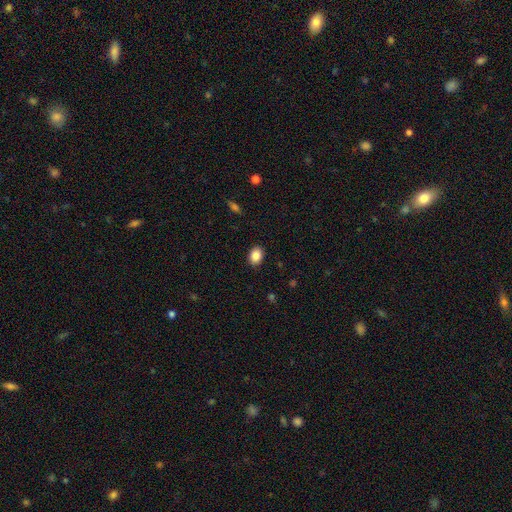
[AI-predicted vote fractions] smooth_or_featured: smooth (p=0.87) [alt: star or artifact p=0.08]
how_rounded: in between (p=0.70) [alt: round p=0.29]
merging: none (p=0.89) [alt: minor disturbance p=0.08]